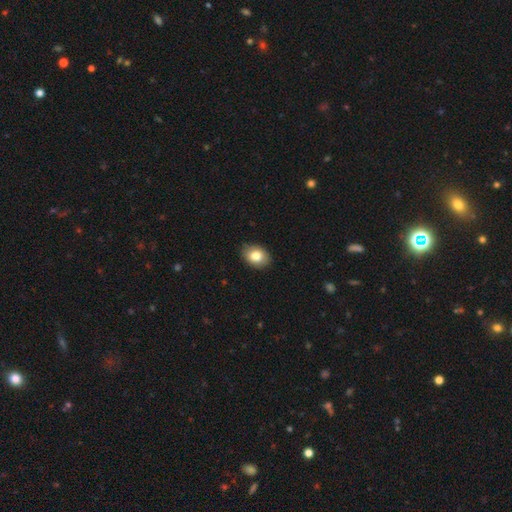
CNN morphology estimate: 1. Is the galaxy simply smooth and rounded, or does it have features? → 83% smooth, 9% featured or disk, 8% star or artifact.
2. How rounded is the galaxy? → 69% in between, 30% round, 1% cigar-shaped.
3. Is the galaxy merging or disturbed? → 86% none, 11% minor disturbance, 2% major disturbance, 1% merger.